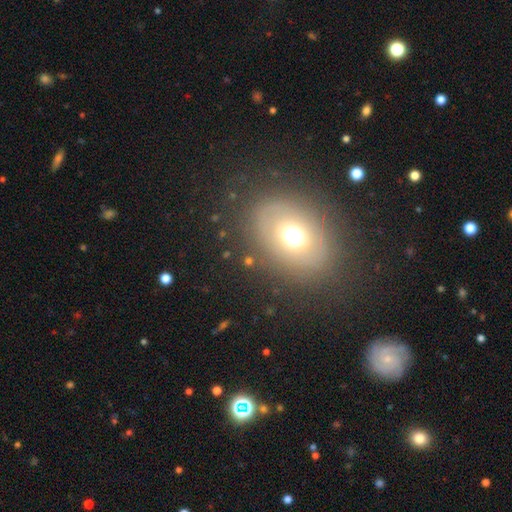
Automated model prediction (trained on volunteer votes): This is possibly a smooth galaxy (51%). How rounded: likely in between (62%). Merging: likely none (80%).